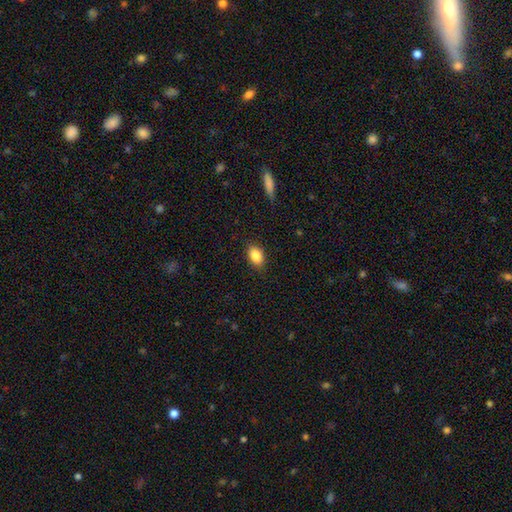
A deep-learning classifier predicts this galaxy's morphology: smooth-or-featured: smooth: 86% | star or artifact: 8% | featured or disk: 6%
  how-rounded: in between: 85% | round: 13% | cigar-shaped: 2%
  merging: none: 86% | minor disturbance: 10% | major disturbance: 2% | merger: 1%